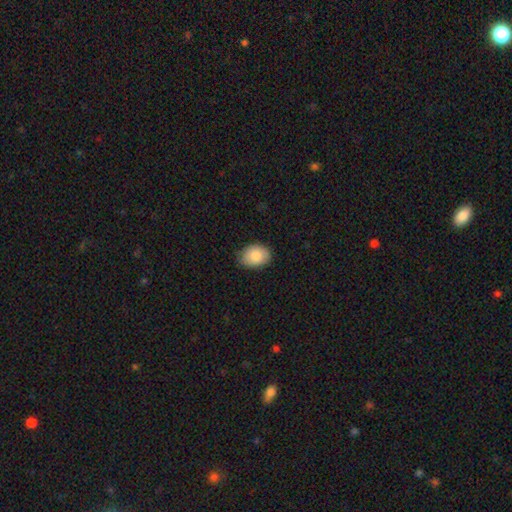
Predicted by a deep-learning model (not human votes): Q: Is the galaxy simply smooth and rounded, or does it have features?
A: smooth — 85%.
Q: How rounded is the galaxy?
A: in between — 74%.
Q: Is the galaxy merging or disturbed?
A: none — 79%.